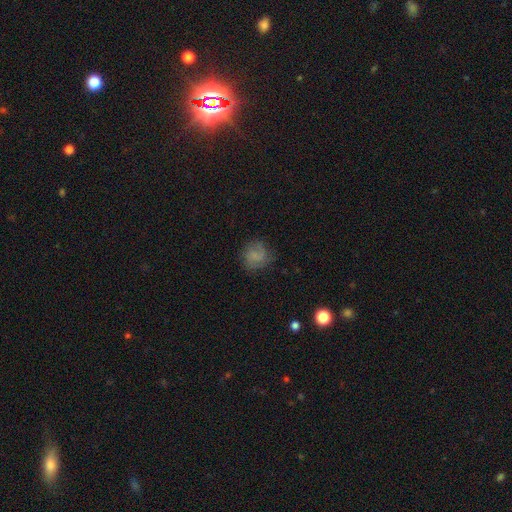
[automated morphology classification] Overall: smooth (63%; featured or disk 26%). How rounded: round (83%). Merging: none (72%).